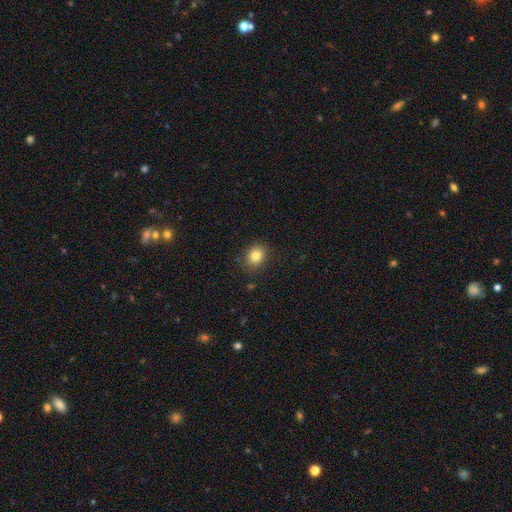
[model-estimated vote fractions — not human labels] A smooth galaxy with no disk features (82%) that is round (70%). Merging: none (85%).